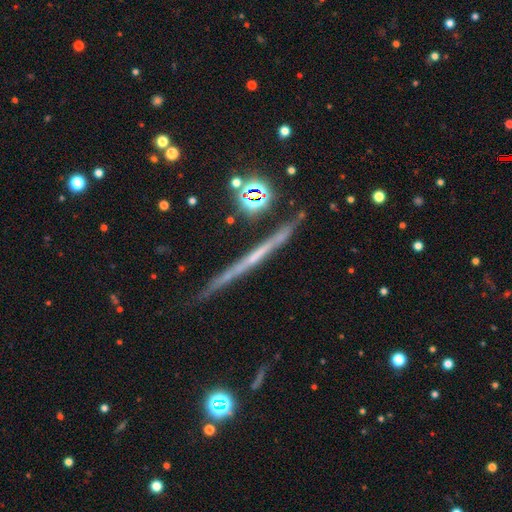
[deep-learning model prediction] Smooth or featured?
  - featured or disk: 61% *
  - smooth: 27%
  - star or artifact: 12%
Edge-on disk?
  - yes: 95% *
  - no: 5%
Edge-on bulge?
  - none: 85% *
  - rounded: 10%
  - boxy: 6%
Merging?
  - none: 84% *
  - minor disturbance: 11%
  - merger: 3%
  - major disturbance: 3%